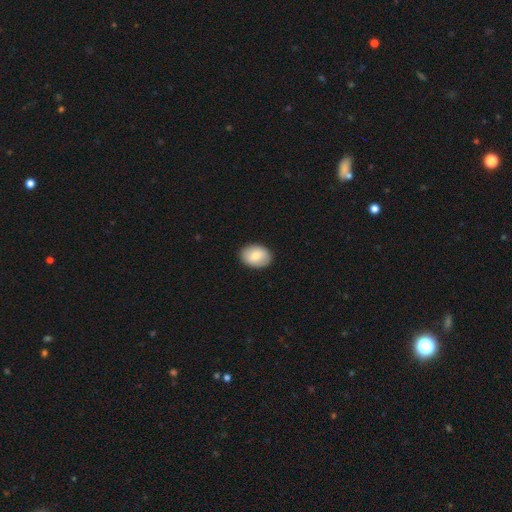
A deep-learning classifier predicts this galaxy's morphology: Smooth or featured: smooth — 80% (featured or disk — 14%)
How rounded: in between — 72% (round — 28%)
Merging: none — 89% (minor disturbance — 8%)